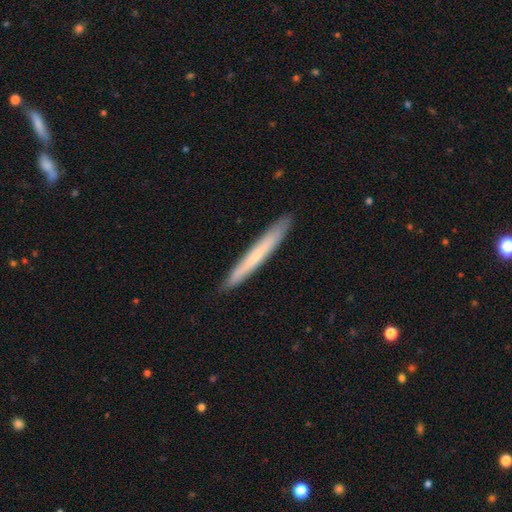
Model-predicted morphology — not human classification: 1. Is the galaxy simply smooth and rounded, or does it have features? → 62% smooth, 33% featured or disk, 5% star or artifact.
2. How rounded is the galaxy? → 97% cigar-shaped, 2% in between, 1% round.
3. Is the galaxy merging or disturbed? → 91% none, 7% minor disturbance, 1% major disturbance, 1% merger.